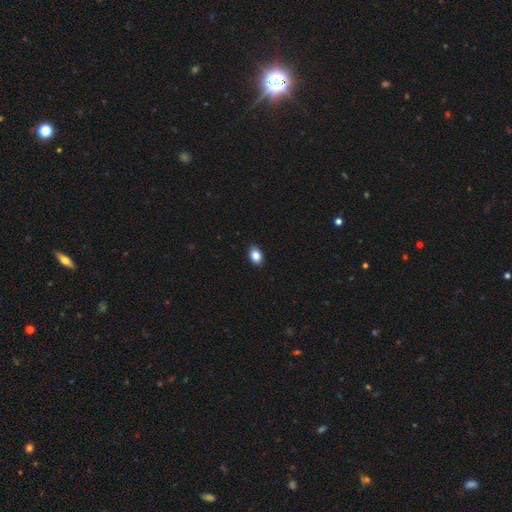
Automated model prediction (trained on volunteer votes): Smooth or featured? smooth (87%)
How rounded? in between (76%)
Merging? none (87%)